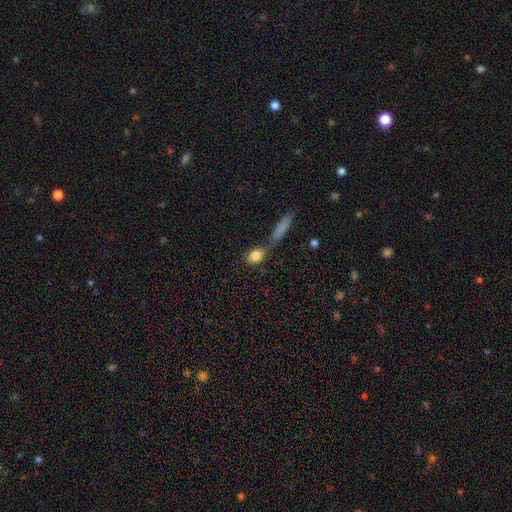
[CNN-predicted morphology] smooth-or-featured: smooth: 83% | featured or disk: 9% | star or artifact: 8%
  how-rounded: in between: 61% | round: 29% | cigar-shaped: 11%
  merging: none: 55% | merger: 27% | minor disturbance: 12% | major disturbance: 5%